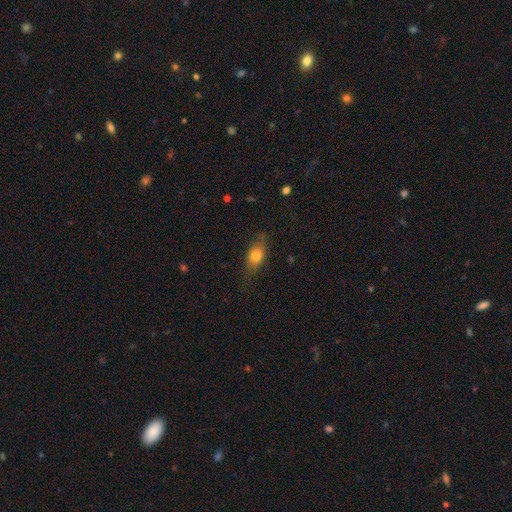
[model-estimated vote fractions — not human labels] Smooth or featured? Predicted: smooth (p=0.75). How rounded? Predicted: in between (p=0.74). Merging? Predicted: none (p=0.73).